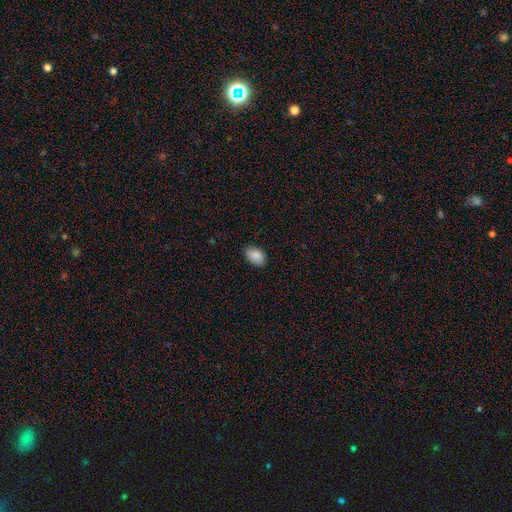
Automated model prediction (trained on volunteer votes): smooth-or-featured: smooth: 88% | star or artifact: 7% | featured or disk: 5%
  how-rounded: in between: 91% | round: 8% | cigar-shaped: 1%
  merging: none: 85% | minor disturbance: 12% | major disturbance: 2% | merger: 1%